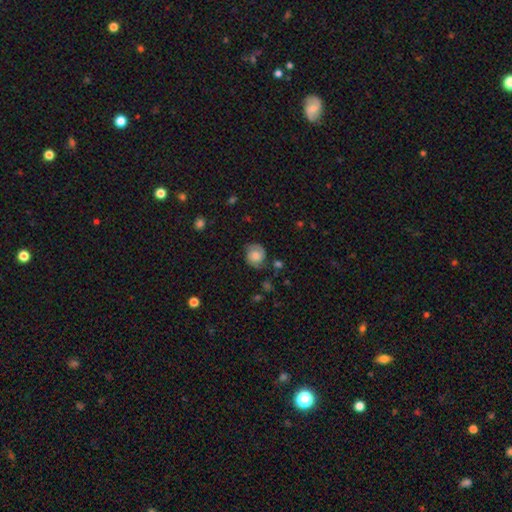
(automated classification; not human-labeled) Overall: smooth (51%; featured or disk 40%). How rounded: round (76%). Merging: none (71%).